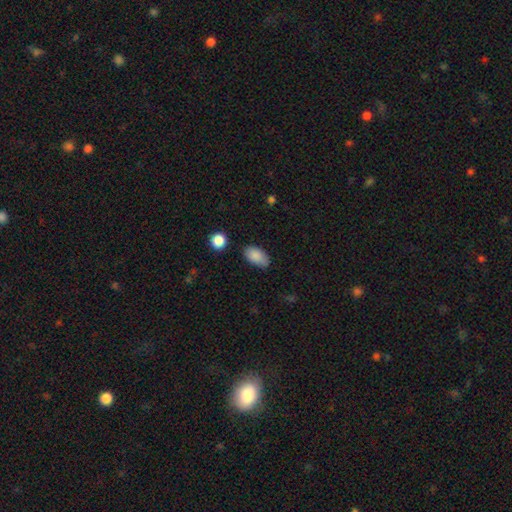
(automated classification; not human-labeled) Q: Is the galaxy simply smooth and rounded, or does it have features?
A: smooth — 86%.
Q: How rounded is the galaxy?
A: in between — 92%.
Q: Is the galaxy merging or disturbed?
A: none — 71%.